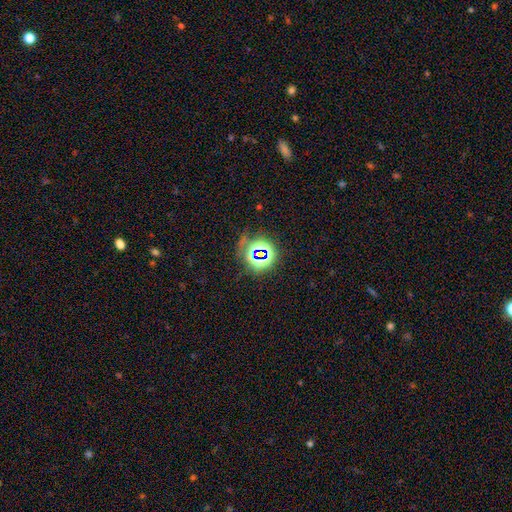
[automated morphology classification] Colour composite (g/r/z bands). It shows a star or artifact, not a galaxy (76%).